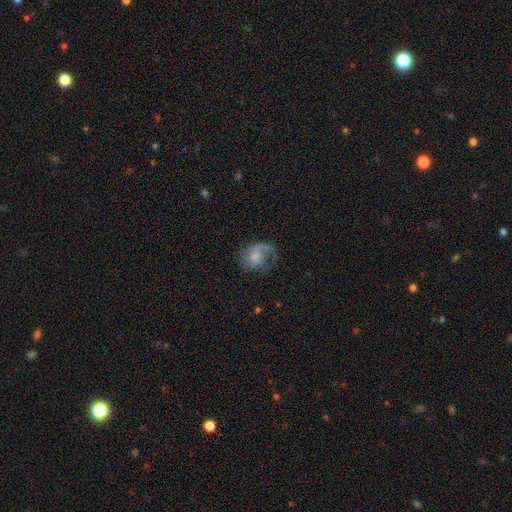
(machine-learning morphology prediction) A featured or disk galaxy (66%) with no bar (68%), 1 (73%) medium (41%) spiral arms (88%) and a moderate central bulge (41%).

Vote fractions:
- Smooth or featured? featured or disk: 66% / smooth: 27% / star or artifact: 8%
- Edge-on disk? no: 98% / yes: 2%
- Bar? no: 68% / weak: 28% / strong: 4%
- Spiral arms? yes: 88% / no: 12%
- Spiral winding? medium: 41% / loose: 36% / tight: 23%
- Spiral arm count? 1: 73% / 2: 18% / can't tell: 6% / 3: 2% / 4: 1% / more than 4: 1%
- Bulge size? moderate: 41% / small: 33% / none: 13% / large: 10% / dominant: 2%
- Merging? none: 49% / major disturbance: 28% / minor disturbance: 21% / merger: 2%